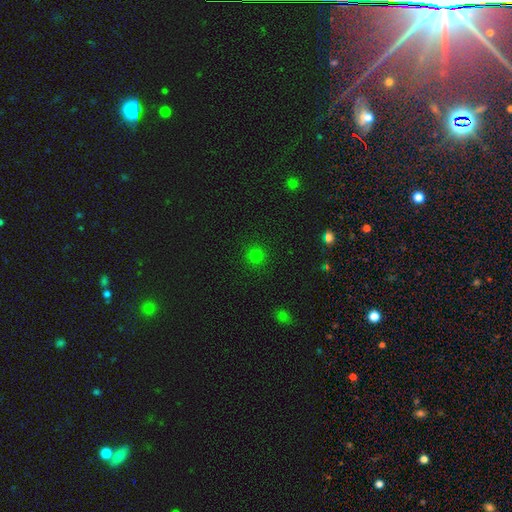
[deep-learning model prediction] Overall: smooth (75%). How rounded: round (94%). Merging: none (90%).